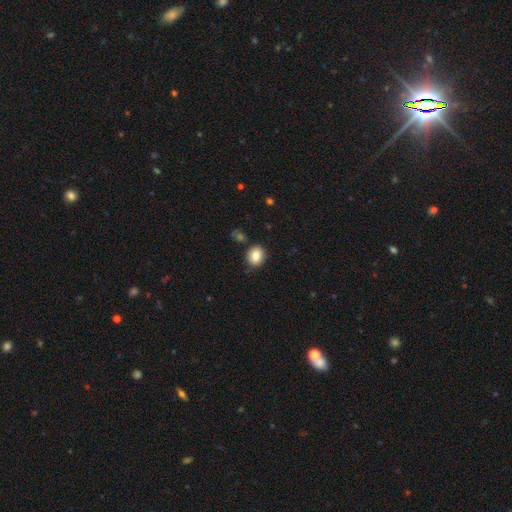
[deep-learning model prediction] A smooth galaxy with no disk features (83%) that is round (67%). Merging: none (81%).